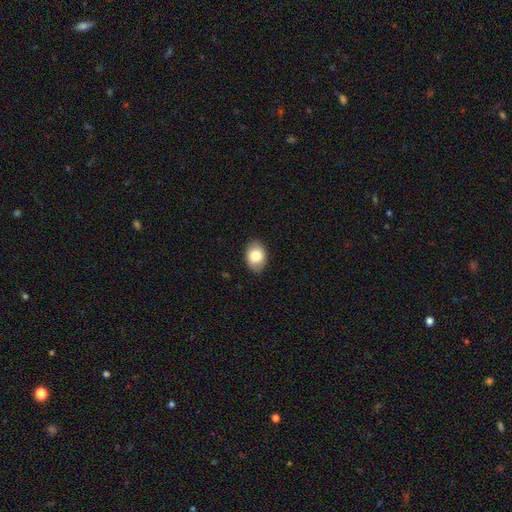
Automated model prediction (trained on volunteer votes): smooth-or-featured: smooth: 82% | featured or disk: 10% | star or artifact: 7%
  how-rounded: in between: 80% | round: 19% | cigar-shaped: 1%
  merging: none: 87% | minor disturbance: 10% | major disturbance: 2% | merger: 1%